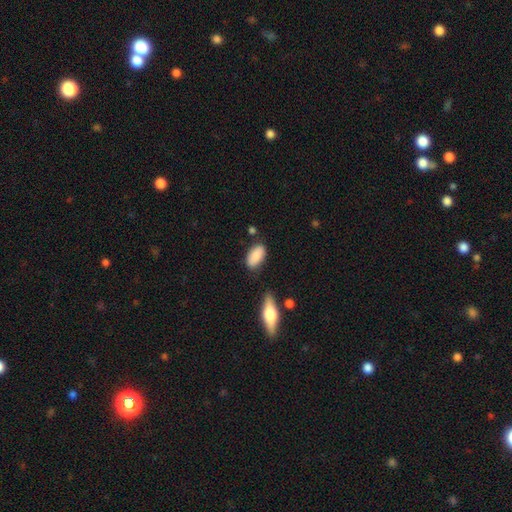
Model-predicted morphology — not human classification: Smooth or featured: smooth — 87% (featured or disk — 7%)
How rounded: in between — 92% (cigar-shaped — 5%)
Merging: none — 75% (minor disturbance — 17%)